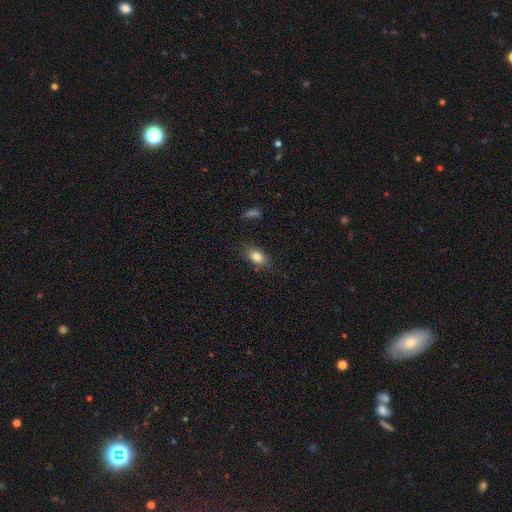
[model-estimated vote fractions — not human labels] Smooth or featured? Predicted: smooth (p=0.82). How rounded? Predicted: in between (p=0.85). Merging? Predicted: none (p=0.80).